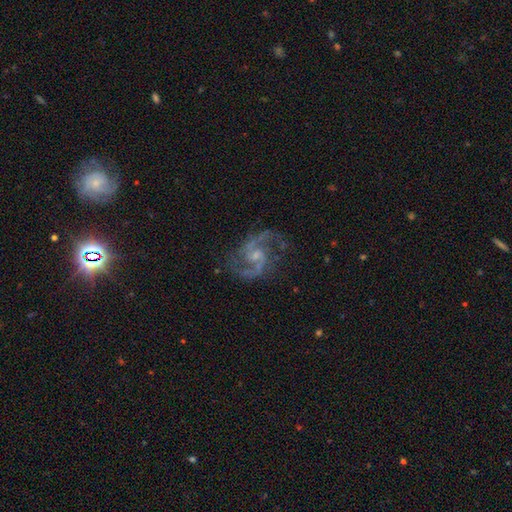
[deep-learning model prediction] Smooth or featured? featured or disk (92%)
Edge-on disk? no (98%)
Bar? weak (50%)
Spiral arms? yes (98%)
Spiral winding? medium (59%)
Spiral arm count? 2 (92%)
Bulge size? small (57%)
Merging? none (75%)